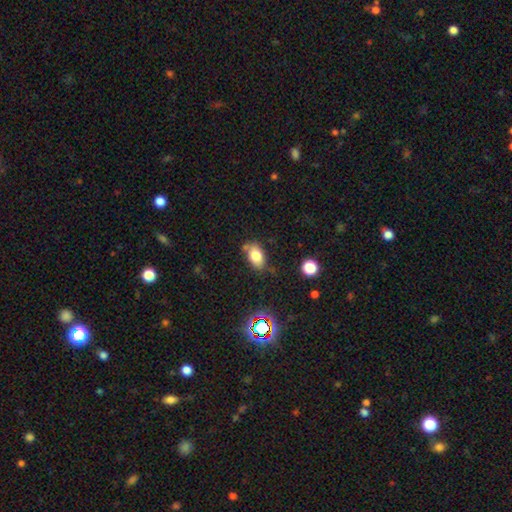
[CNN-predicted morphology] This is likely a smooth galaxy (78%). How rounded: clearly in between (87%). Merging: likely none (66%).